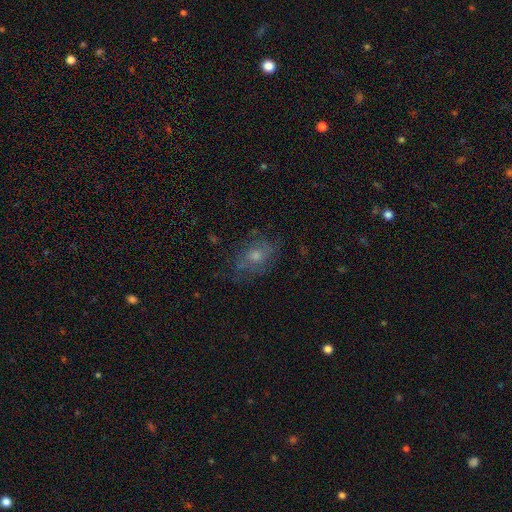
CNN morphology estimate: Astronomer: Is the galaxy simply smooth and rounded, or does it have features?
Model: featured or disk — 44% (runner-up: smooth, 38%).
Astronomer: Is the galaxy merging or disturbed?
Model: none — 68%.